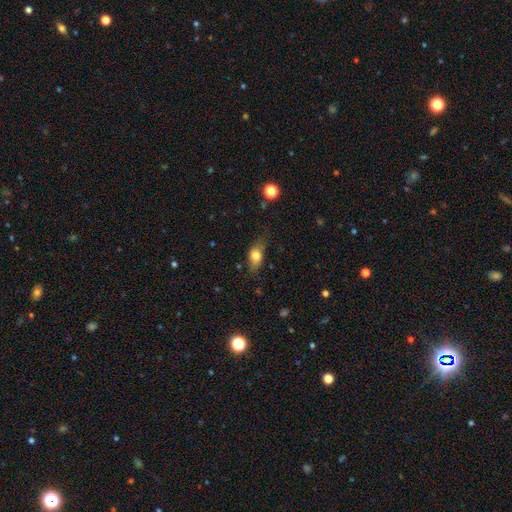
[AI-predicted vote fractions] Smooth or featured? smooth (74%)
How rounded? in between (76%)
Merging? none (60%)